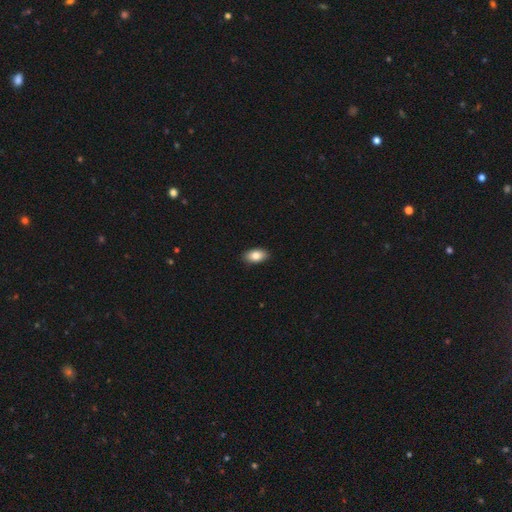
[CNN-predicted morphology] Smooth or featured?
  - smooth: 84% *
  - featured or disk: 9%
  - star or artifact: 7%
How rounded?
  - in between: 93% *
  - round: 5%
  - cigar-shaped: 2%
Merging?
  - none: 90% *
  - minor disturbance: 8%
  - major disturbance: 2%
  - merger: 1%